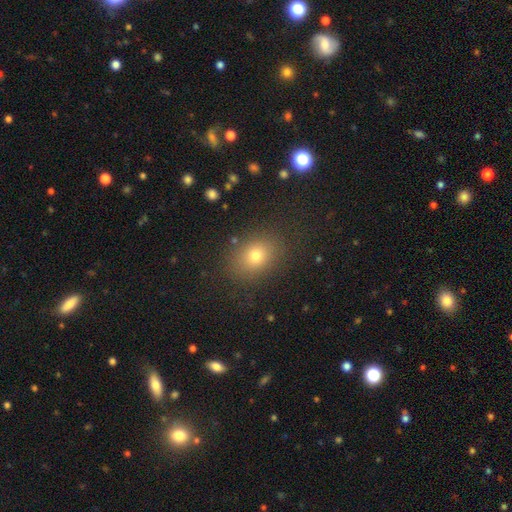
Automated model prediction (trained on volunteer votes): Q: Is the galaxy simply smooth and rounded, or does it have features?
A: smooth — 75%.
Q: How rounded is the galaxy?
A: in between — 55%.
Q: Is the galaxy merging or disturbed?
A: none — 85%.